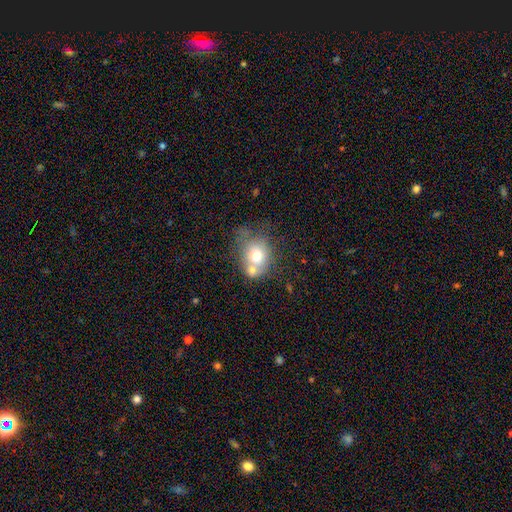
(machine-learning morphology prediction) Smooth or featured?
  - smooth: 68% *
  - featured or disk: 23%
  - star or artifact: 10%
How rounded?
  - round: 62% *
  - in between: 37%
  - cigar-shaped: 1%
Merging?
  - merger: 46% *
  - none: 31%
  - minor disturbance: 15%
  - major disturbance: 8%